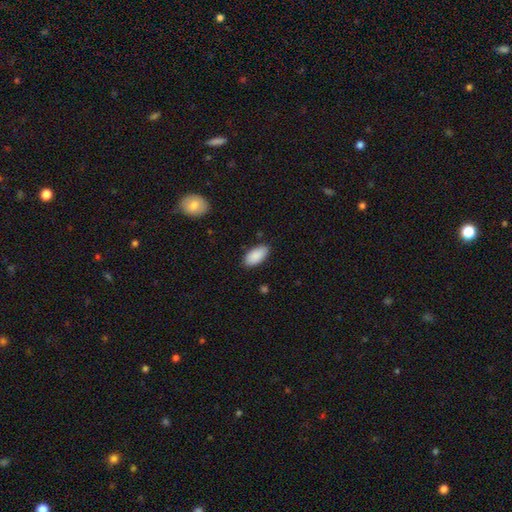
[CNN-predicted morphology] The model was most divided on "merging": none: 84%, minor disturbance: 12%, major disturbance: 2%, merger: 1%. More confident: how rounded — in between (94%); smooth or featured — smooth (90%).